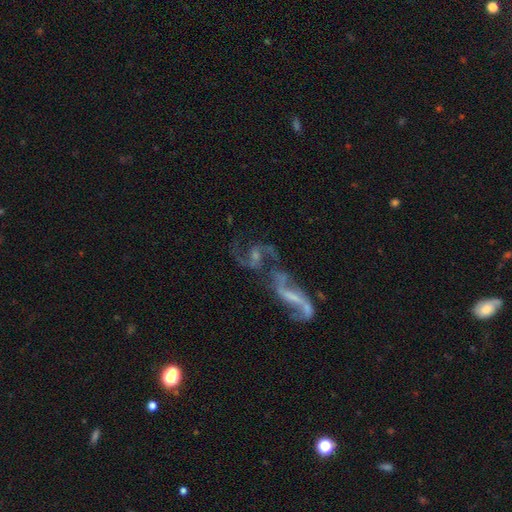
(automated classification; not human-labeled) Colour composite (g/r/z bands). It shows a featured or disk galaxy (81%) with no bar (44%), 2 (86%) loose (67%) spiral arms (88%) and a moderate central bulge (35%). Merging: merger (51%).